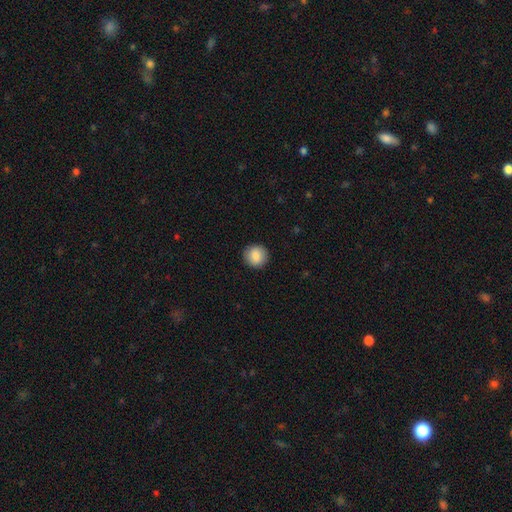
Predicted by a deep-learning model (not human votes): Q: Smooth or featured?
A: smooth (88%); runner-up: star or artifact (7%)
Q: How rounded?
A: round (92%); runner-up: in between (7%)
Q: Merging?
A: none (92%); runner-up: minor disturbance (6%)